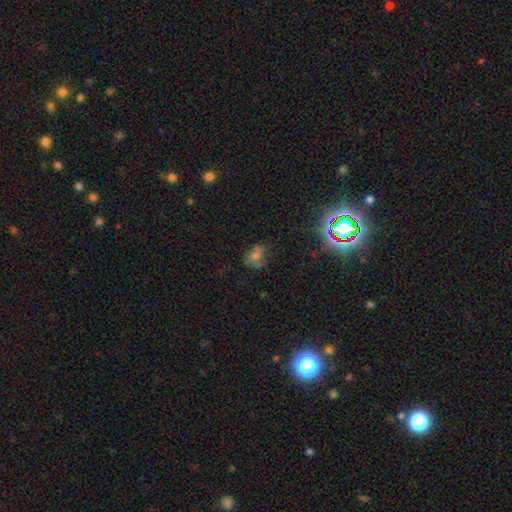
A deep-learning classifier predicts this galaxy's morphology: smooth_or_featured: smooth (p=0.39) [alt: star or artifact p=0.35]
merging: none (p=0.53) [alt: minor disturbance p=0.24]